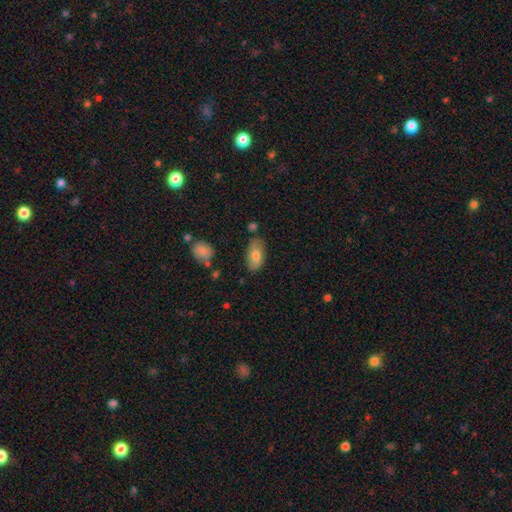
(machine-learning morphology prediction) smooth-or-featured: smooth: 75% | featured or disk: 19% | star or artifact: 7%
  how-rounded: in between: 93% | cigar-shaped: 4% | round: 3%
  merging: none: 75% | minor disturbance: 18% | merger: 4% | major disturbance: 4%